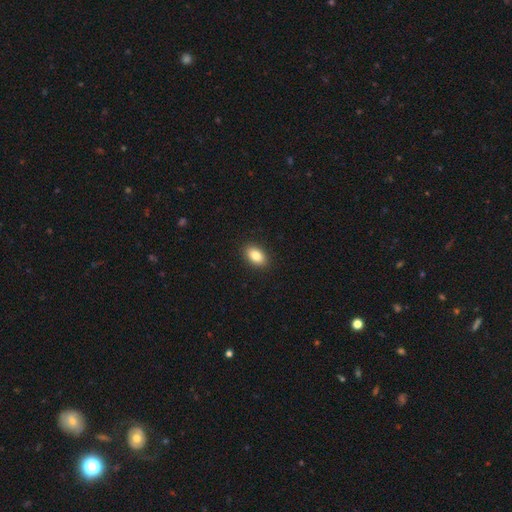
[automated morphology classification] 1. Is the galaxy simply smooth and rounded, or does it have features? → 85% smooth, 8% star or artifact, 8% featured or disk.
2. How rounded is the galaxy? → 89% in between, 9% round, 2% cigar-shaped.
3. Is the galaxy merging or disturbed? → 90% none, 7% minor disturbance, 2% major disturbance, 1% merger.